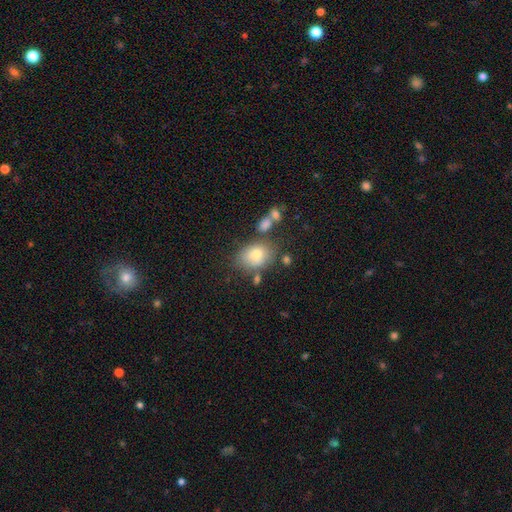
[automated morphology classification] A smooth galaxy with no disk features (77%) that is in between round and cigar-shaped (71%). Merging: none (59%).